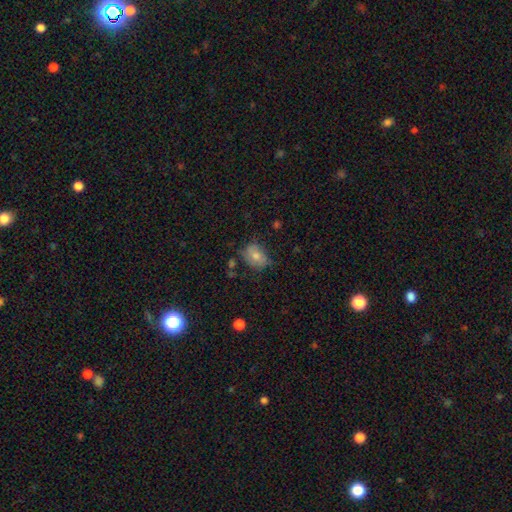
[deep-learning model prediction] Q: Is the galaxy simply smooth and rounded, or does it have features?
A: smooth — 72%.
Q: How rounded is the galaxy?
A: in between — 72%.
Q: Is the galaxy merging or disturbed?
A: none — 63%.